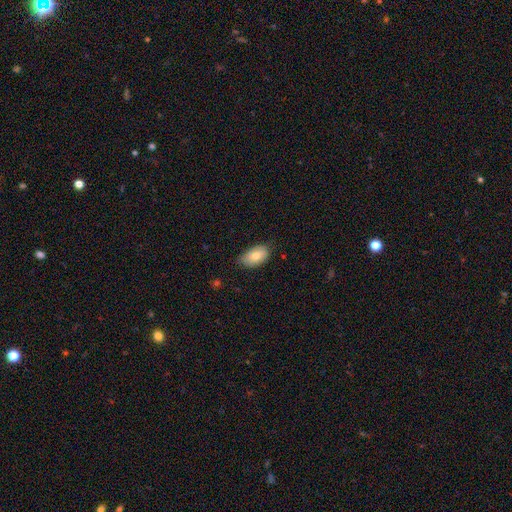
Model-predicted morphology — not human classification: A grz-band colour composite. It shows a smooth galaxy with no disk features (78%) that is in between round and cigar-shaped (93%). Merging: none (72%).